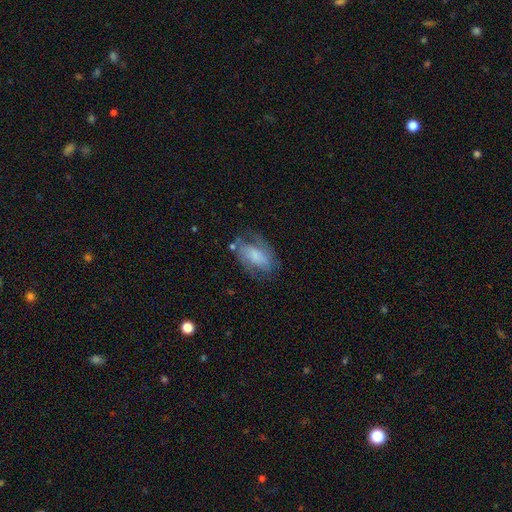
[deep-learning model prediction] smooth_or_featured: featured or disk (p=0.53) [alt: smooth p=0.39]
disk_edge_on: no (p=0.94) [alt: yes p=0.06]
merging: none (p=0.54) [alt: minor disturbance p=0.25]